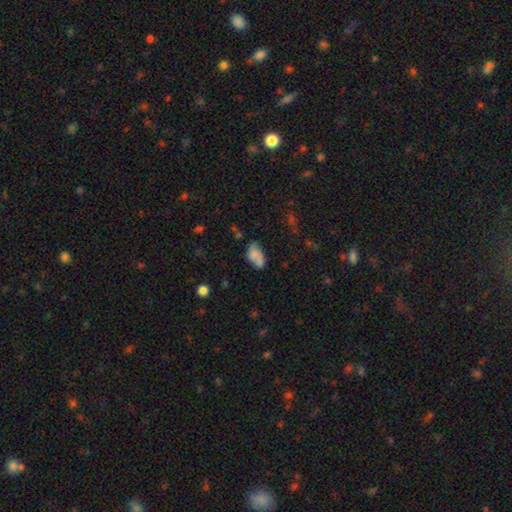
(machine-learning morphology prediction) type=smooth (68%); roundness=in between (89%); merging=none (40%).